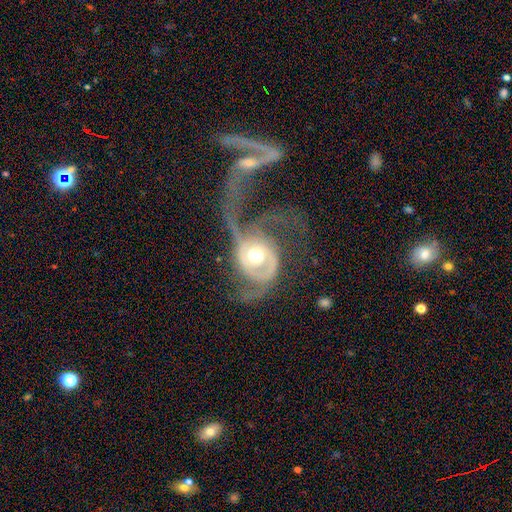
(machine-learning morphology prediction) Smooth or featured? featured or disk (81%)
Edge-on disk? no (96%)
Bar? no (75%)
Spiral arms? yes (82%)
Spiral winding? loose (44%)
Spiral arm count? 2 (51%)
Bulge size? moderate (70%)
Merging? major disturbance (56%)